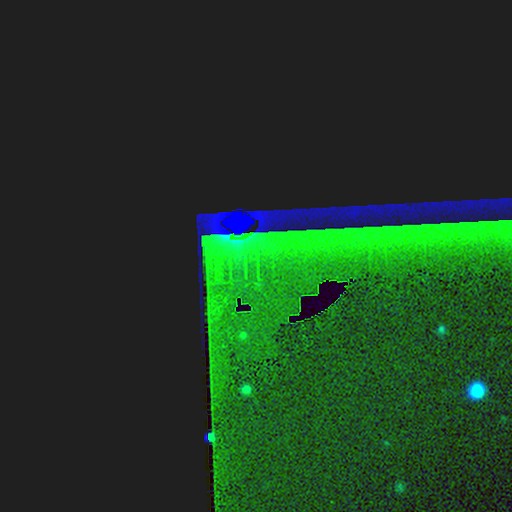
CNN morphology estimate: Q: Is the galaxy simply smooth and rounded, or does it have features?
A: star or artifact — 88%.